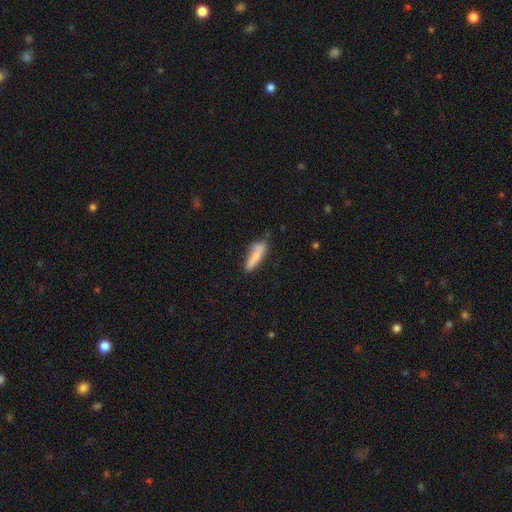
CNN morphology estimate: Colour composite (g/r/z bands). It shows a smooth galaxy with no disk features (77%) that is cigar-shaped (71%). Merging: none (60%).